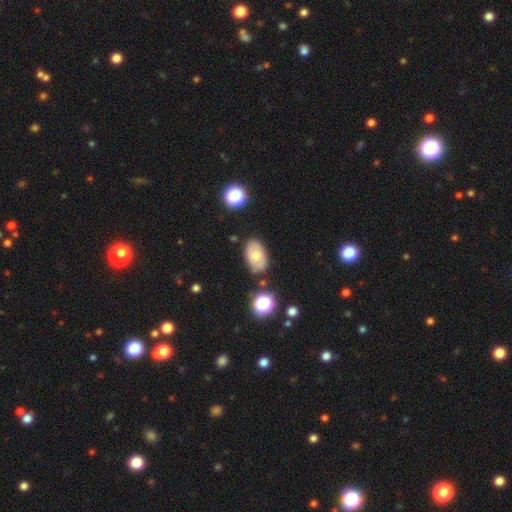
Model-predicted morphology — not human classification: A smooth galaxy with no disk features (67%) that is in between round and cigar-shaped (90%).

Vote fractions:
- Smooth or featured? smooth: 67% / featured or disk: 24% / star or artifact: 9%
- How rounded? in between: 90% / round: 9% / cigar-shaped: 1%
- Merging? none: 77% / minor disturbance: 16% / merger: 4% / major disturbance: 4%